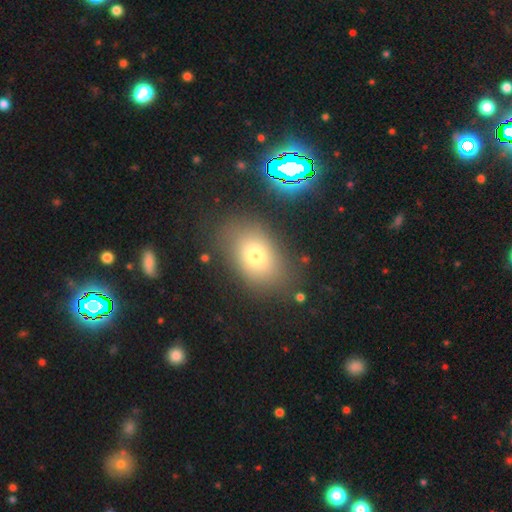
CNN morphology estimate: Smooth or featured?
  - smooth: 70% *
  - star or artifact: 16%
  - featured or disk: 14%
How rounded?
  - in between: 79% *
  - round: 19%
  - cigar-shaped: 1%
Merging?
  - none: 79% *
  - minor disturbance: 13%
  - major disturbance: 5%
  - merger: 3%